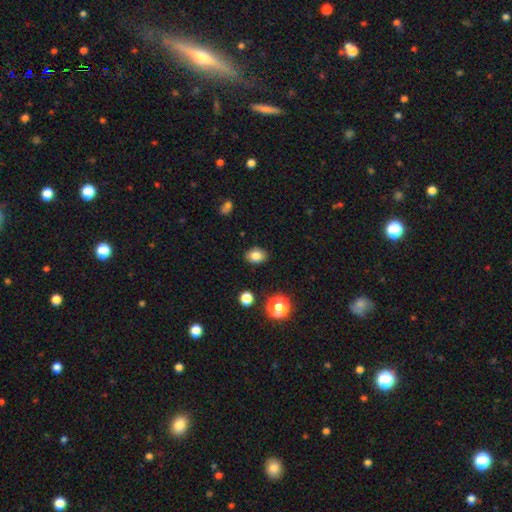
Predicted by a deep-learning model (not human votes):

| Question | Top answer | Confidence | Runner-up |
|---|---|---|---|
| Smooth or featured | smooth | 83% | star or artifact (10%) |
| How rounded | in between | 68% | round (30%) |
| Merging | none | 86% | minor disturbance (10%) |